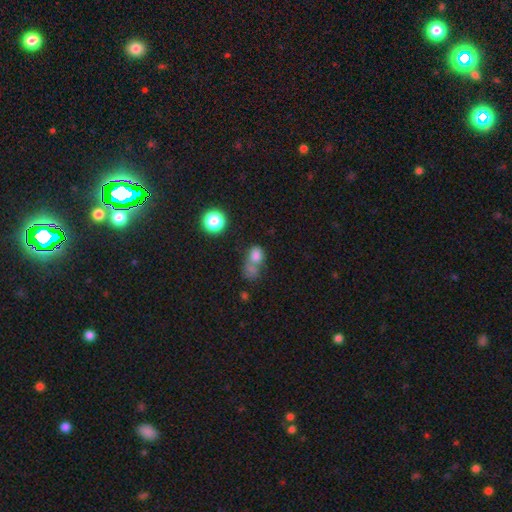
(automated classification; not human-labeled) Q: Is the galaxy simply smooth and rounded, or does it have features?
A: smooth — 75%.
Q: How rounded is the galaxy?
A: in between — 60%.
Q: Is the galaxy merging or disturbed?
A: merger — 50%.